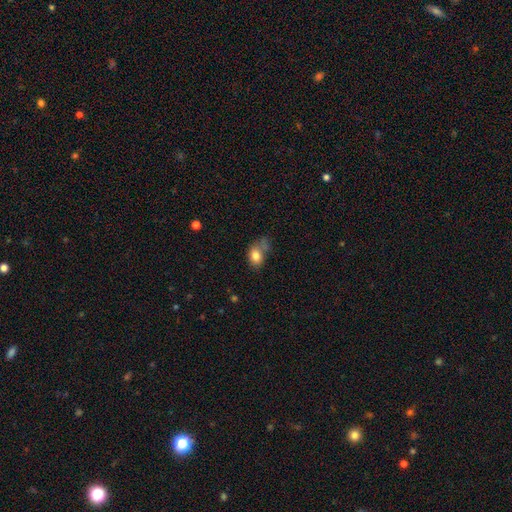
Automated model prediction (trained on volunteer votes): Smooth or featured: smooth — 80% (featured or disk — 11%)
How rounded: in between — 72% (round — 26%)
Merging: none — 37% (minor disturbance — 28%)